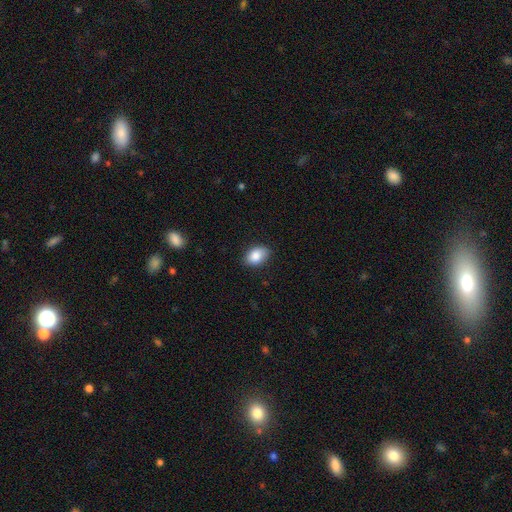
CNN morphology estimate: smooth 86%, star or artifact 7%, featured or disk 6%. Down the decision tree: how rounded — in between (86%); merging — none (82%).